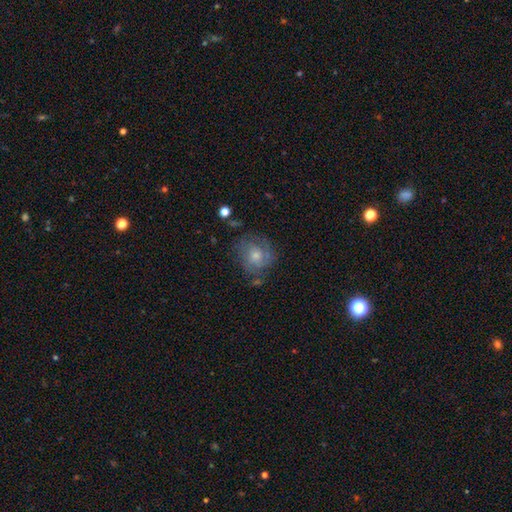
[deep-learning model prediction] Smooth or featured?
  - featured or disk: 61% *
  - smooth: 25%
  - star or artifact: 14%
Edge-on disk?
  - no: 97% *
  - yes: 3%
Bar?
  - no: 76% *
  - weak: 21%
  - strong: 3%
Spiral arms?
  - yes: 85% *
  - no: 15%
Bulge size?
  - moderate: 57% *
  - small: 32%
  - large: 7%
  - none: 3%
  - dominant: 1%
Merging?
  - none: 72% *
  - minor disturbance: 18%
  - major disturbance: 9%
  - merger: 2%